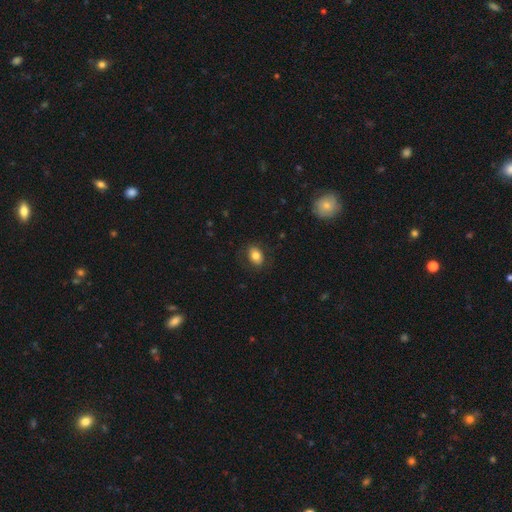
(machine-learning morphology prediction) Overall: smooth (79%). How rounded: in between (73%). Merging: none (83%).